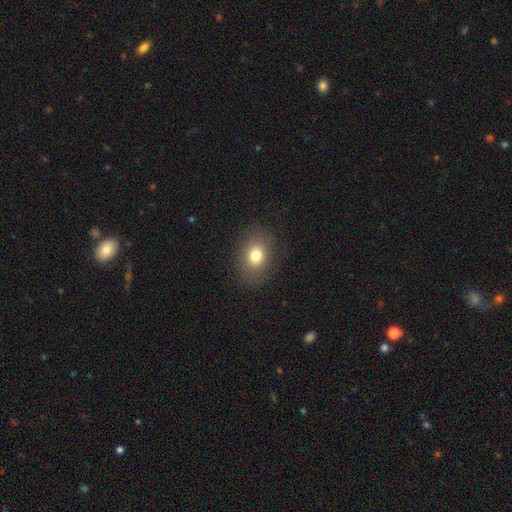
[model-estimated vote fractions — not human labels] smooth_or_featured: smooth (p=0.77) [alt: featured or disk p=0.12]
how_rounded: in between (p=0.59) [alt: round p=0.40]
merging: none (p=0.85) [alt: minor disturbance p=0.10]